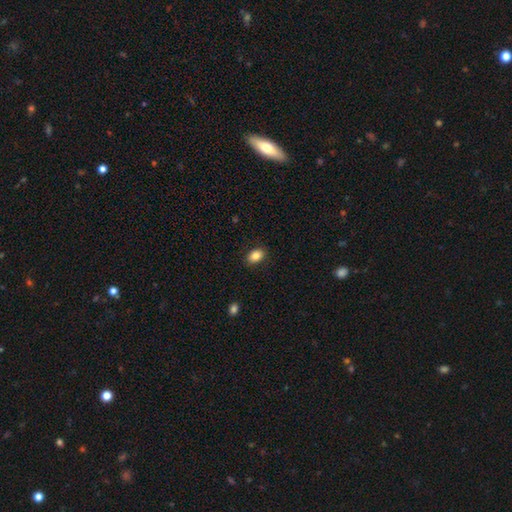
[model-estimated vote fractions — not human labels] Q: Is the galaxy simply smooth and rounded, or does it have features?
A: smooth — 85%.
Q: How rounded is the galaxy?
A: in between — 85%.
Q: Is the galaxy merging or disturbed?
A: none — 88%.